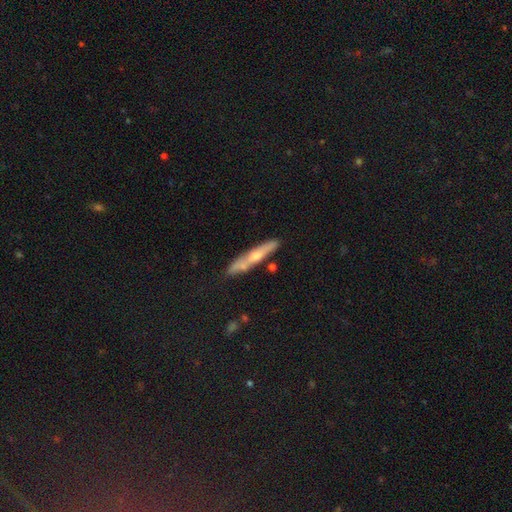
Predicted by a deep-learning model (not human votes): Overall: featured or disk (46%; smooth 32%). Merging: none (74%).